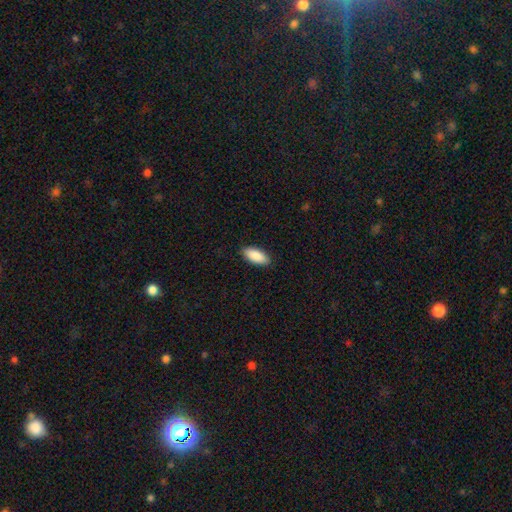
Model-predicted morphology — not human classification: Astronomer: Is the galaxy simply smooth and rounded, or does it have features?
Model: smooth — 90%.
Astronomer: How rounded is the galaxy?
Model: in between — 89%.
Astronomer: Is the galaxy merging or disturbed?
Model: none — 89%.